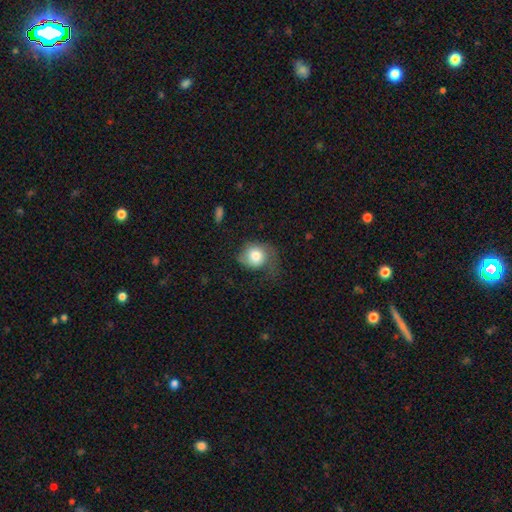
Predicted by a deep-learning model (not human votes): Smooth or featured: smooth — 74% (featured or disk — 19%)
How rounded: round — 73% (in between — 26%)
Merging: none — 36% (major disturbance — 32%)